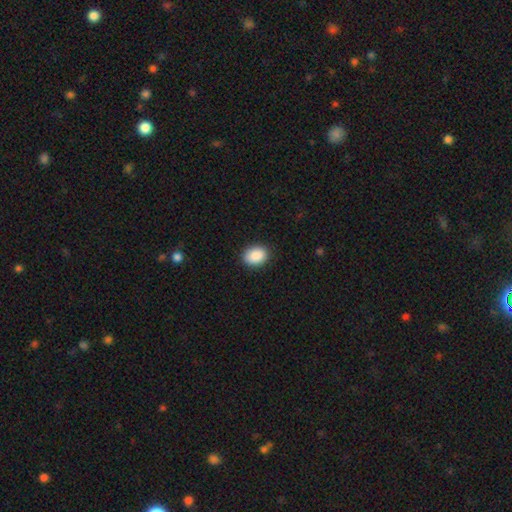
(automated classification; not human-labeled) smooth-or-featured: smooth: 89% | star or artifact: 8% | featured or disk: 3%
  how-rounded: in between: 67% | round: 32% | cigar-shaped: 1%
  merging: none: 89% | minor disturbance: 8% | major disturbance: 2% | merger: 1%